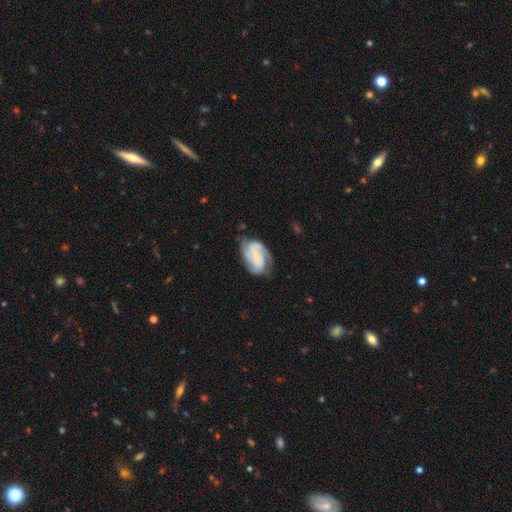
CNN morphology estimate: A featured or disk galaxy (79%) with no bar (51%), 2 (57%) tight (43%, tied with medium) spiral arms (94%) and a small central bulge (67%).

Vote fractions:
- Smooth or featured? featured or disk: 79% / smooth: 16% / star or artifact: 5%
- Edge-on disk? no: 98% / yes: 2%
- Bar? no: 51% / weak: 36% / strong: 13%
- Spiral arms? yes: 94% / no: 6%
- Spiral winding? tight: 43% (tied) / medium: 43% (tied) / loose: 14%
- Spiral arm count? 2: 57% / 3: 19% / can't tell: 15% / 1: 3% / 4: 3% / more than 4: 3%
- Bulge size? small: 67% / moderate: 23% / none: 8% / large: 2% / dominant: 1%
- Merging? none: 62% / minor disturbance: 26% / major disturbance: 10% / merger: 2%